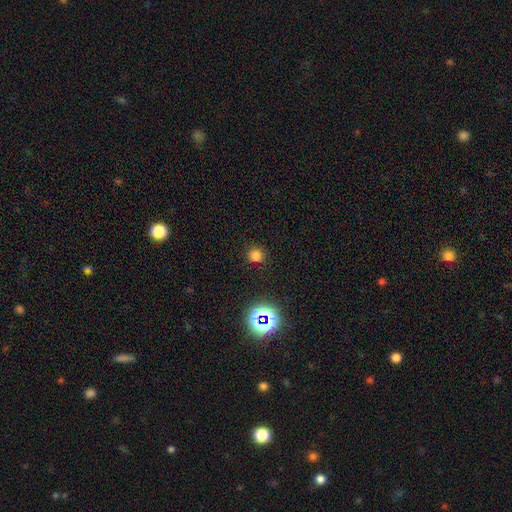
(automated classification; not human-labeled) smooth 75%, star or artifact 20%, featured or disk 4%. Down the decision tree: how rounded — round (87%); merging — none (87%).